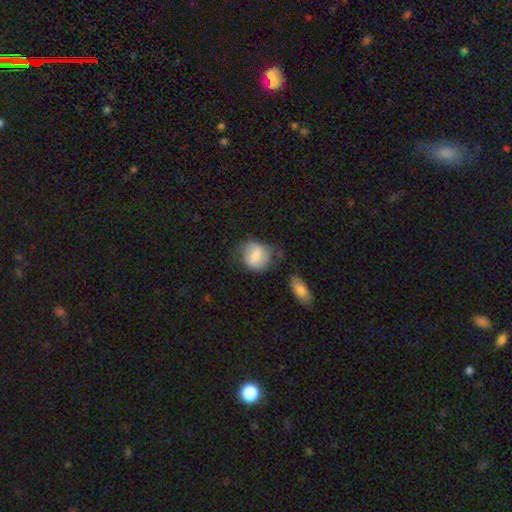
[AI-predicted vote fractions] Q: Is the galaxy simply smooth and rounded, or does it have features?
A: smooth — 71%.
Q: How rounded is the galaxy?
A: round — 66%.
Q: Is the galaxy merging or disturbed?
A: none — 48%.